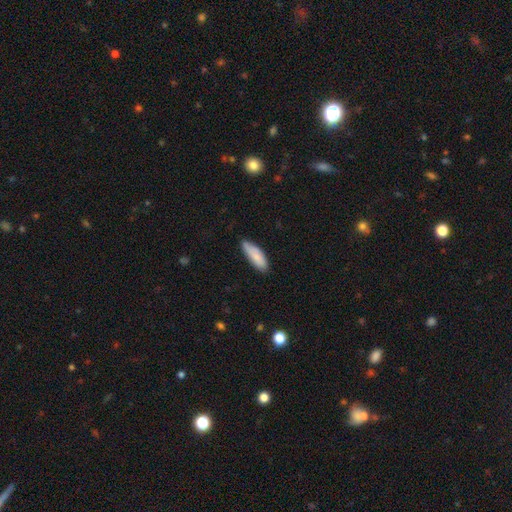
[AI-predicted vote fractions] Smooth or featured? Predicted: smooth (p=0.83). How rounded? Predicted: in between (p=0.63). Merging? Predicted: none (p=0.74).